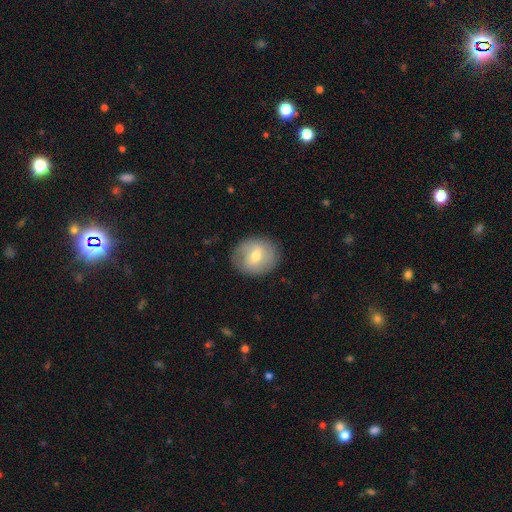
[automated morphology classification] Smooth or featured? smooth (51%)
How rounded? round (70%)
Merging? none (81%)